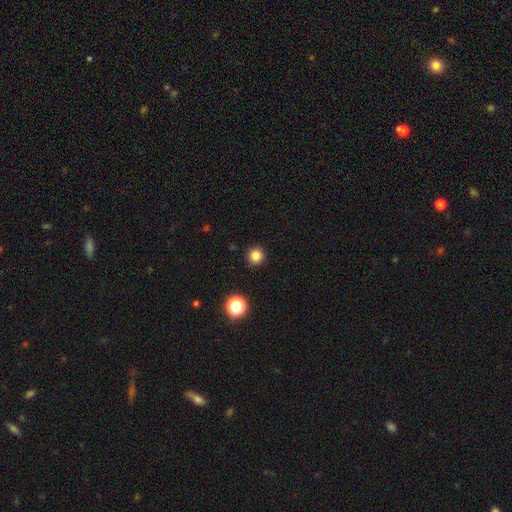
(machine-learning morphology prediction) smooth-or-featured: smooth: 82% | star or artifact: 14% | featured or disk: 4%
  how-rounded: round: 95% | in between: 4% | cigar-shaped: 1%
  merging: none: 92% | minor disturbance: 5% | major disturbance: 2% | merger: 1%